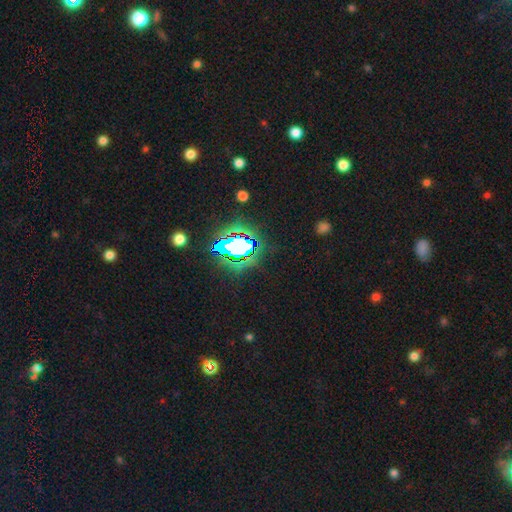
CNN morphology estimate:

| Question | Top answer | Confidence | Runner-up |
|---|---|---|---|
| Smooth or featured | star or artifact | 82% | smooth (11%) |